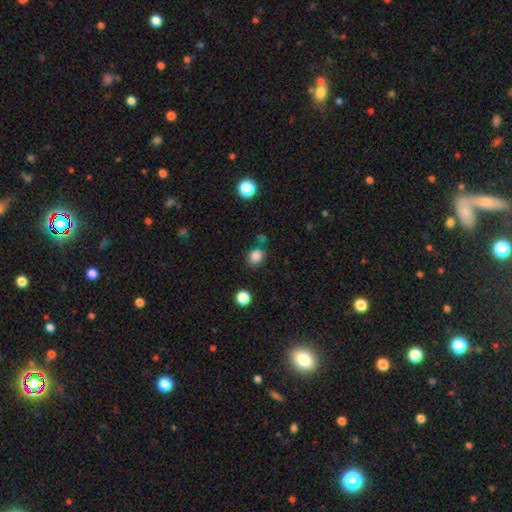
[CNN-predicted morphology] smooth 83%, star or artifact 13%, featured or disk 5%. Down the decision tree: how rounded — round (55%); merging — none (67%).